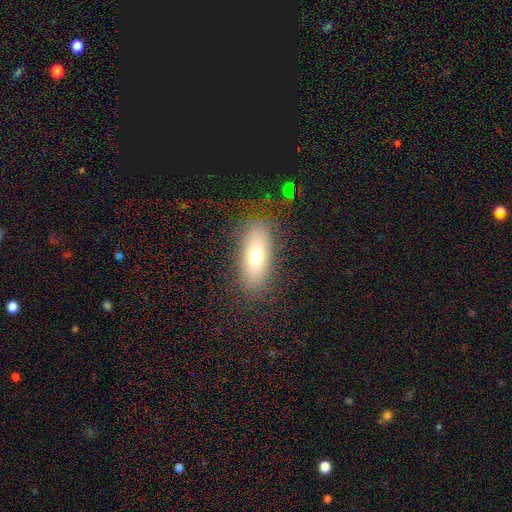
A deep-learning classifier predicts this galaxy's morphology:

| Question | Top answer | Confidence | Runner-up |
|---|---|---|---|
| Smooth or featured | smooth | 70% | featured or disk (20%) |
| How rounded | in between | 79% | cigar-shaped (17%) |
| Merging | none | 83% | minor disturbance (11%) |